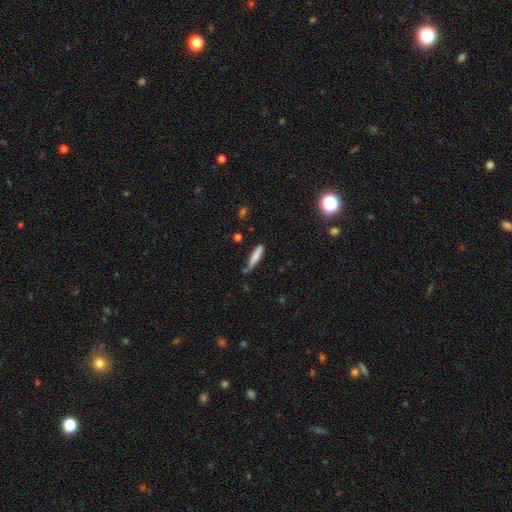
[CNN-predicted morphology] A smooth galaxy with no disk features (75%) that is cigar-shaped (87%).

Vote fractions:
- Smooth or featured? smooth: 75% / featured or disk: 18% / star or artifact: 7%
- How rounded? cigar-shaped: 87% / in between: 12% / round: 2%
- Merging? none: 62% / minor disturbance: 25% / merger: 7% / major disturbance: 6%